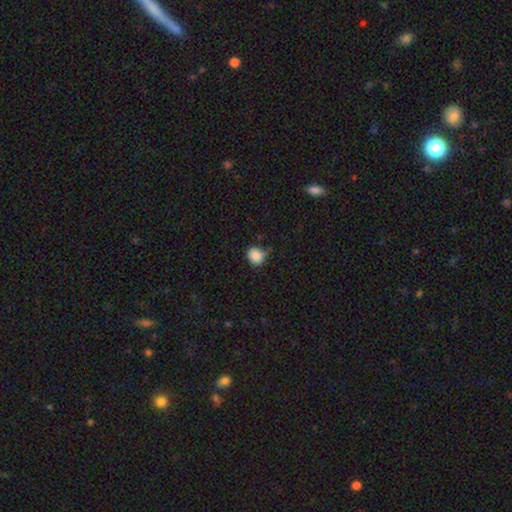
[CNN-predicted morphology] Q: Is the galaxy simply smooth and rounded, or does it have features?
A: smooth — 87%.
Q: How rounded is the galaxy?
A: round — 58%.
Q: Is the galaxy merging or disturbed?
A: none — 62%.